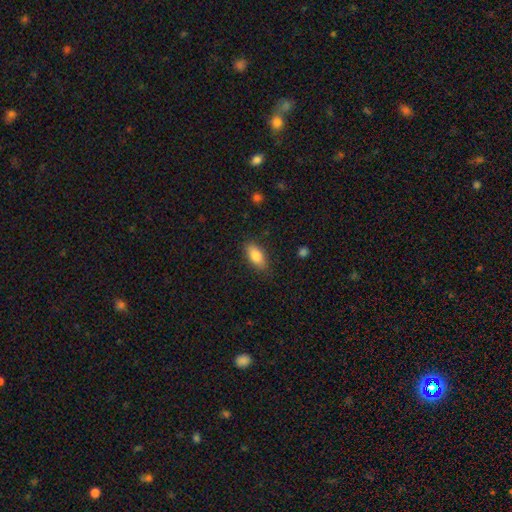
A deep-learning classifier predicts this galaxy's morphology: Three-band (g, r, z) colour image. It shows a smooth galaxy with no disk features (82%) that is in between round and cigar-shaped (87%). Merging: none (84%).